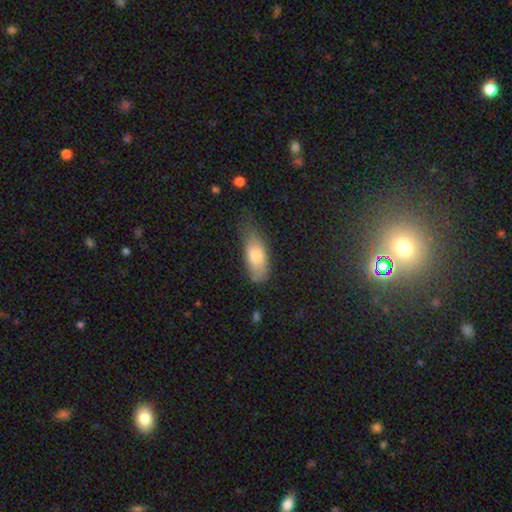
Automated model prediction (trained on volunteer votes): Smooth or featured?
  - smooth: 78% *
  - featured or disk: 15%
  - star or artifact: 7%
How rounded?
  - in between: 81% *
  - cigar-shaped: 17%
  - round: 3%
Merging?
  - none: 43% *
  - minor disturbance: 39%
  - major disturbance: 16%
  - merger: 3%